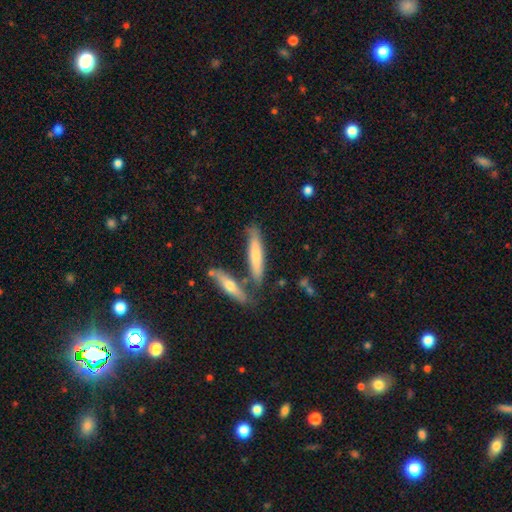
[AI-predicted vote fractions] Morphology: type=smooth (63%); roundness=cigar-shaped (83%); merging=none (69%).